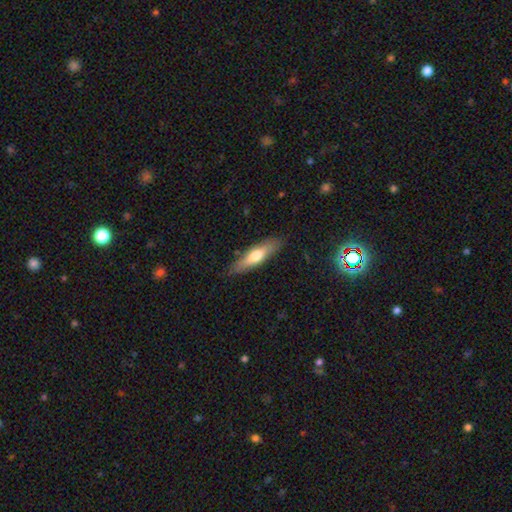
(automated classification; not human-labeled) Overall: smooth (58%; featured or disk 36%). How rounded: cigar-shaped (64%; in between 34%). Merging: none (84%).